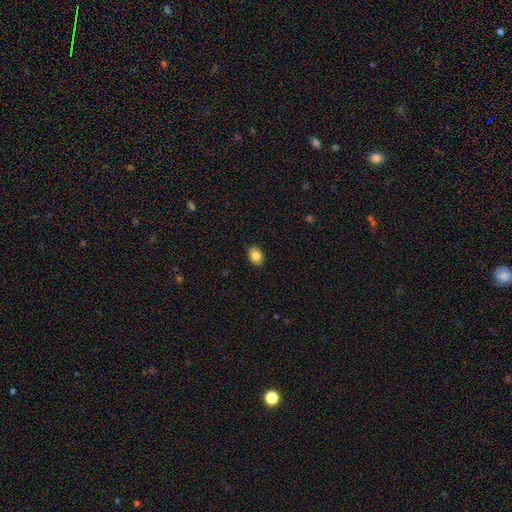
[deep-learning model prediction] smooth_or_featured: smooth (p=0.84) [alt: star or artifact p=0.09]
how_rounded: in between (p=0.69) [alt: round p=0.30]
merging: none (p=0.89) [alt: minor disturbance p=0.08]